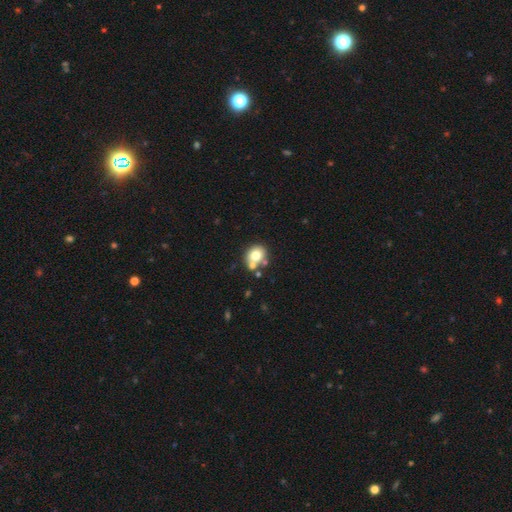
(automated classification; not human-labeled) A smooth galaxy with no disk features (74%) that is round (71%). Merging: none (57%).